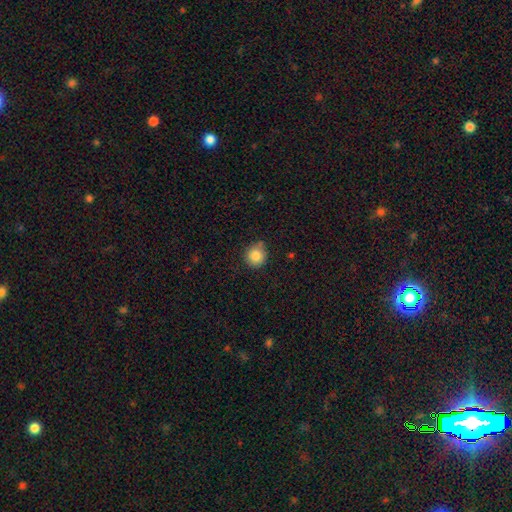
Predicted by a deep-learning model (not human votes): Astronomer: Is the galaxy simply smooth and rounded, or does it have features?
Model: smooth — 85%.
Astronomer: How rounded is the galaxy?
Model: round — 90%.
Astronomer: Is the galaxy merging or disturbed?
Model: none — 74%.